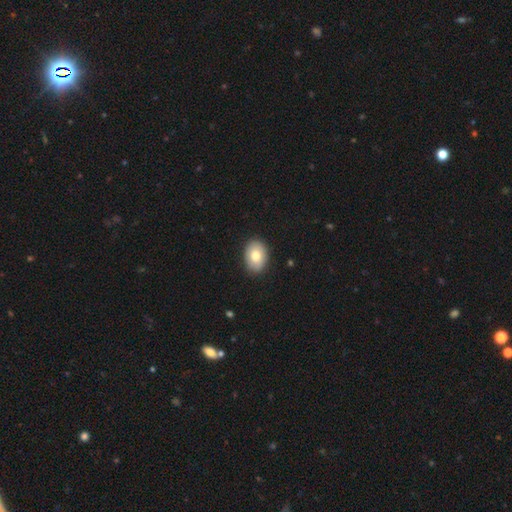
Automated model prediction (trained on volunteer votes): smooth_or_featured: smooth (p=0.79) [alt: featured or disk p=0.15]
how_rounded: in between (p=0.79) [alt: round p=0.20]
merging: none (p=0.88) [alt: minor disturbance p=0.09]